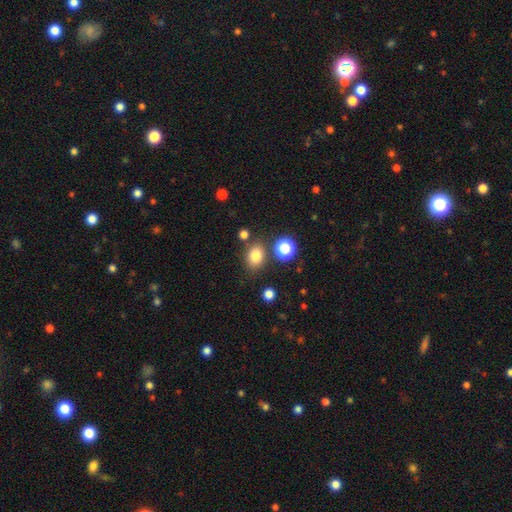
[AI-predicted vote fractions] This is clearly a smooth galaxy (80%). How rounded: possibly in between (57%). Merging: likely none (78%).